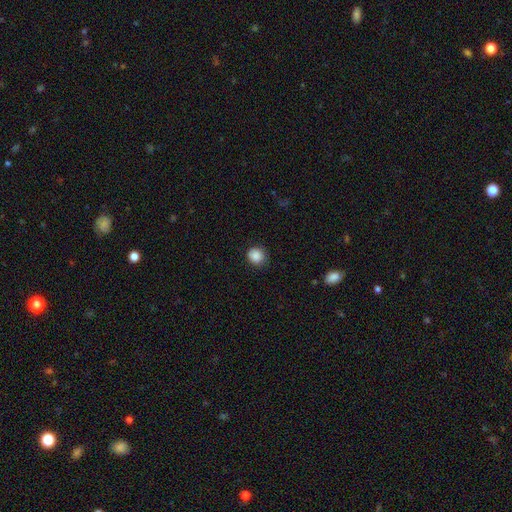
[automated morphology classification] smooth 87%, star or artifact 9%, featured or disk 3%. Down the decision tree: how rounded — round (86%); merging — none (81%).